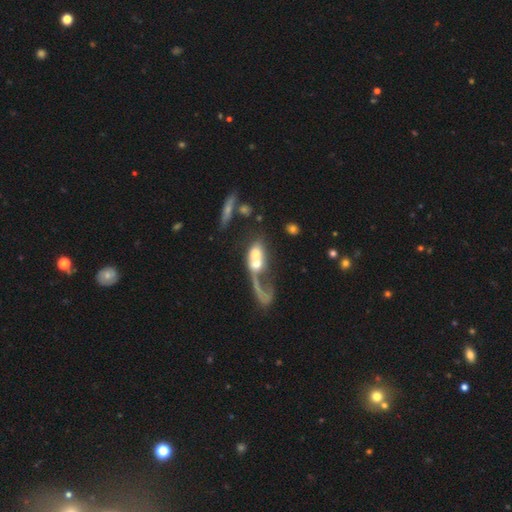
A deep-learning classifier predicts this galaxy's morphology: A featured or disk galaxy (52%).

Vote fractions:
- Smooth or featured? featured or disk: 52% / smooth: 38% / star or artifact: 9%
- Edge-on disk? no: 89% / yes: 11%
- Merging? merger: 61% / major disturbance: 23% / none: 10% / minor disturbance: 6%